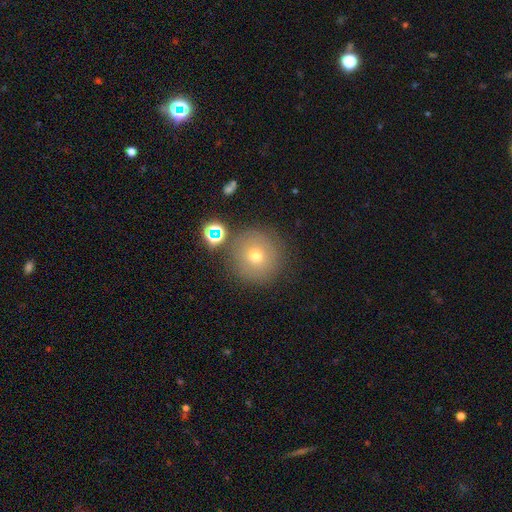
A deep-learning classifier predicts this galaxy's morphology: This is likely a smooth galaxy (68%). How rounded: clearly round (96%). Merging: clearly none (83%).